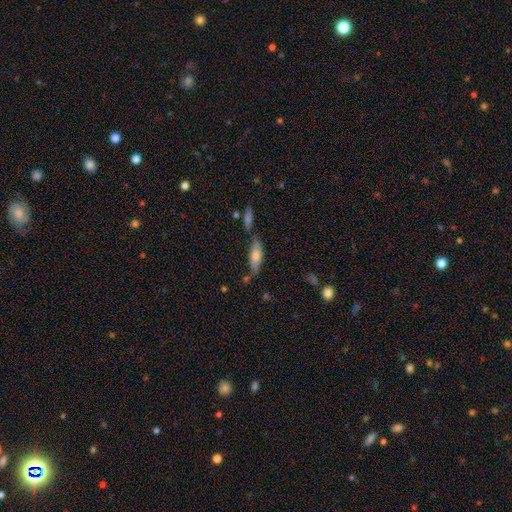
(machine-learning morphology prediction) A smooth galaxy with no disk features (63%) that is in between round and cigar-shaped (59%). Merging: none (53%).